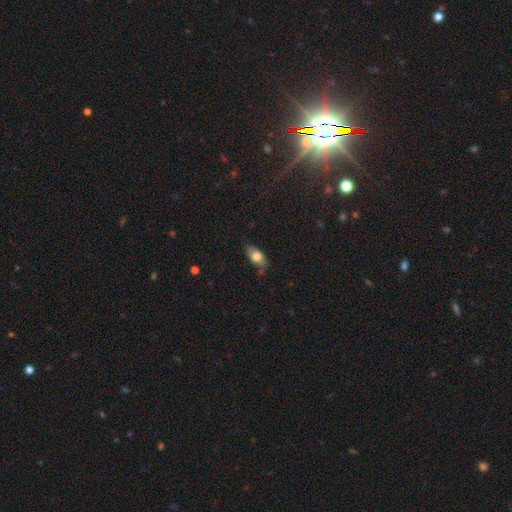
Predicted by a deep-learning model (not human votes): smooth_or_featured: smooth (p=0.74) [alt: featured or disk p=0.18]
how_rounded: in between (p=0.86) [alt: cigar-shaped p=0.07]
merging: none (p=0.74) [alt: minor disturbance p=0.20]